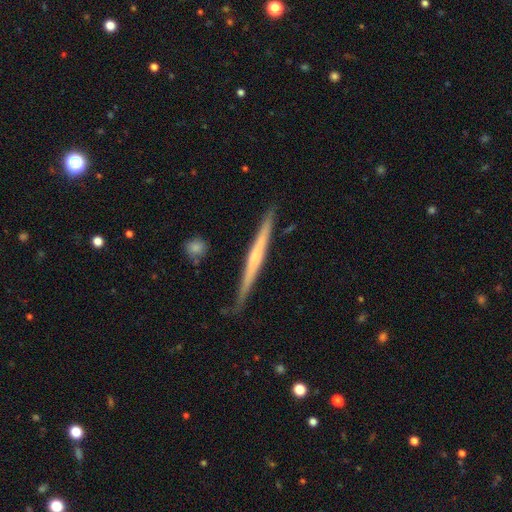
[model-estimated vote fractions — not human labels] Smooth or featured?
  - featured or disk: 64% *
  - smooth: 31%
  - star or artifact: 5%
Edge-on disk?
  - yes: 97% *
  - no: 3%
Edge-on bulge?
  - none: 57% *
  - rounded: 36%
  - boxy: 7%
Merging?
  - none: 84% *
  - minor disturbance: 12%
  - major disturbance: 2%
  - merger: 2%